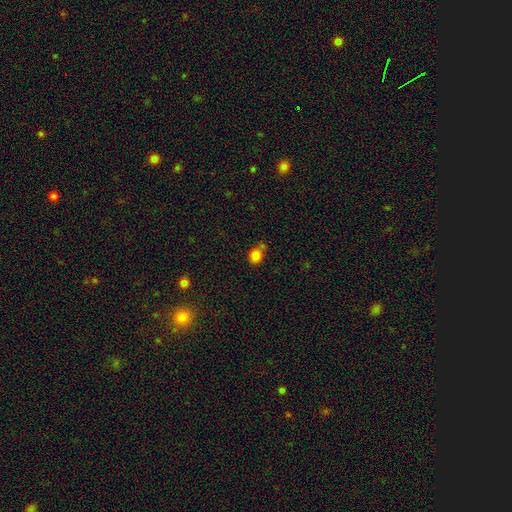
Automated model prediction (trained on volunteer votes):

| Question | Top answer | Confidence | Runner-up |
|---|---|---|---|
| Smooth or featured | smooth | 81% | star or artifact (13%) |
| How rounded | round | 60% | in between (39%) |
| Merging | none | 49% | merger (22%) |